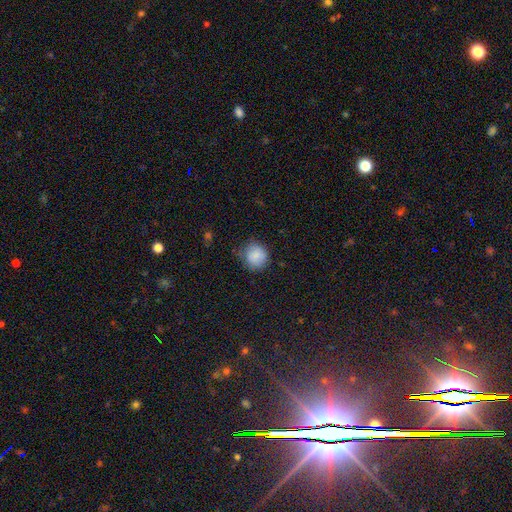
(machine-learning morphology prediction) This is clearly a smooth galaxy (85%). How rounded: clearly round (85%). Merging: likely none (73%).